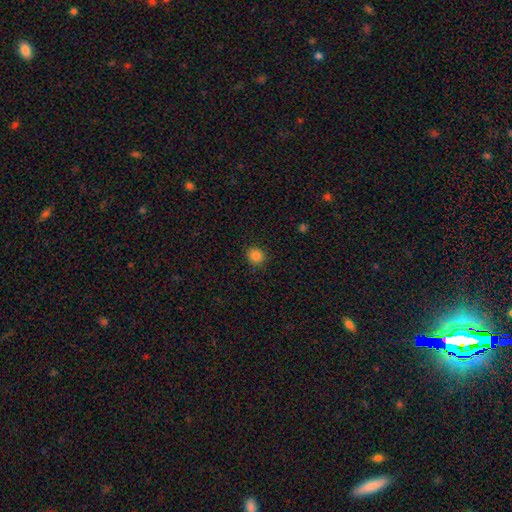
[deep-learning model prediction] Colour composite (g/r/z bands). It shows a smooth galaxy with no disk features (84%) that is round (82%). Merging: none (90%).